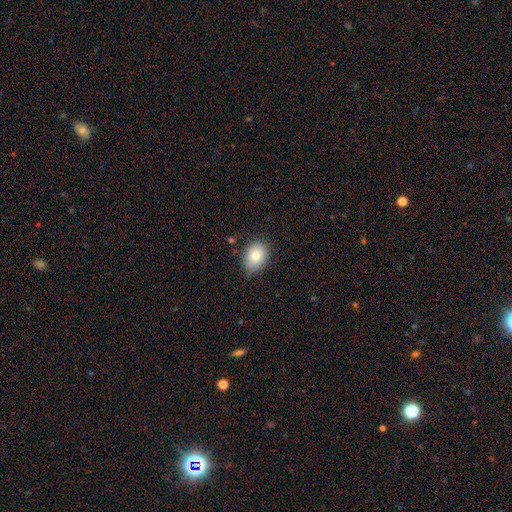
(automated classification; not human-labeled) A smooth galaxy with no disk features (81%) that is in between round and cigar-shaped (71%). Merging: none (76%).